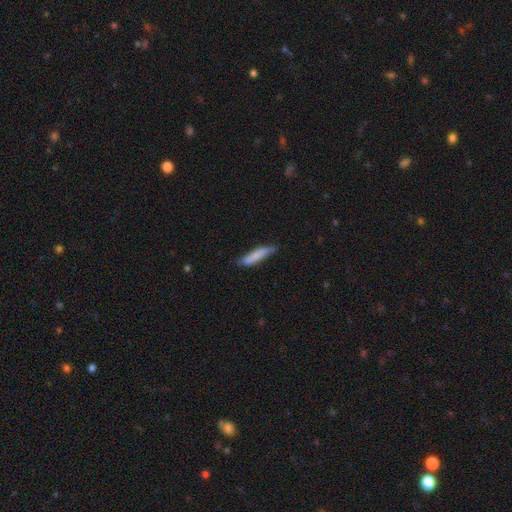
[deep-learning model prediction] smooth_or_featured: smooth (p=0.77) [alt: featured or disk p=0.17]
how_rounded: cigar-shaped (p=0.85) [alt: in between p=0.14]
merging: none (p=0.71) [alt: minor disturbance p=0.24]